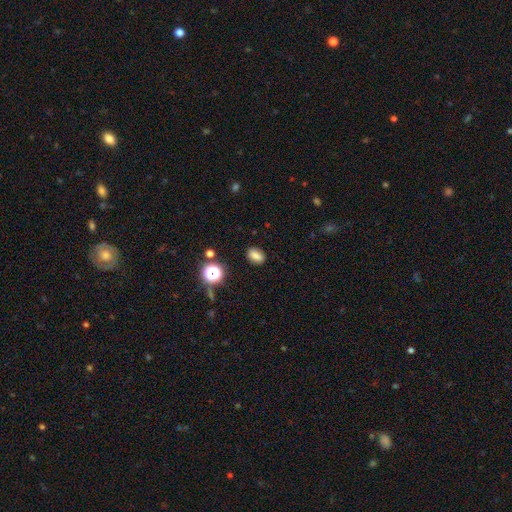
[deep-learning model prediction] smooth 77%, star or artifact 15%, featured or disk 8%. Down the decision tree: how rounded — in between (79%); merging — none (86%).